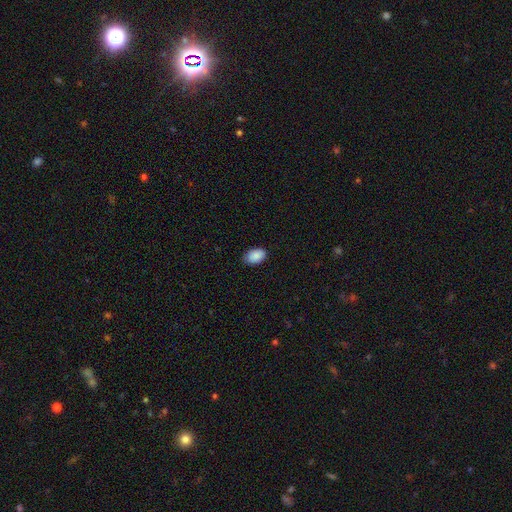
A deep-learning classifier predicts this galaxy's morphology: Q: Smooth or featured?
A: smooth (89%); runner-up: star or artifact (7%)
Q: How rounded?
A: in between (88%); runner-up: round (11%)
Q: Merging?
A: none (83%); runner-up: minor disturbance (14%)